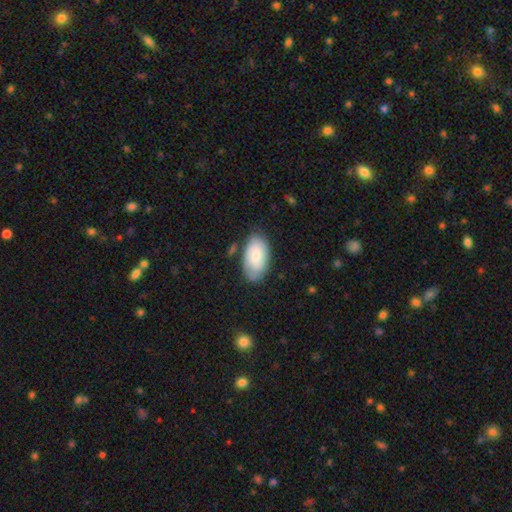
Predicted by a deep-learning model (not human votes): Smooth or featured: smooth — 63% (featured or disk — 31%)
How rounded: in between — 94% (round — 4%)
Merging: none — 73% (minor disturbance — 19%)